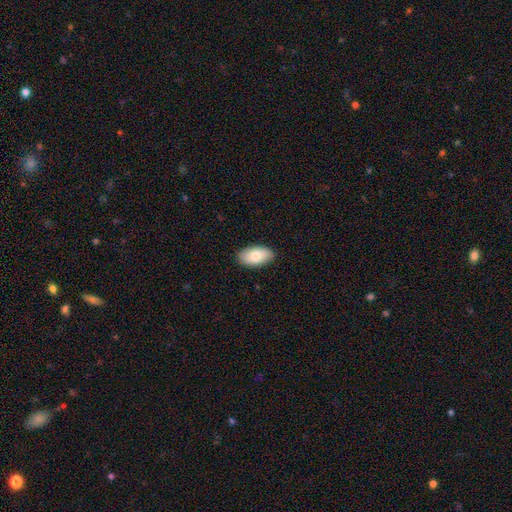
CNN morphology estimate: Smooth or featured? Predicted: smooth (p=0.81). How rounded? Predicted: in between (p=0.95). Merging? Predicted: none (p=0.89).